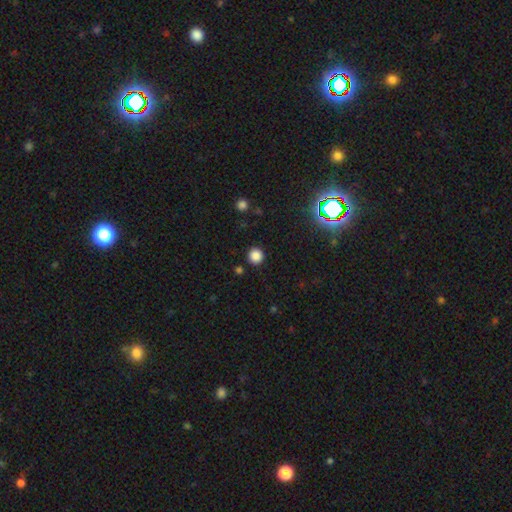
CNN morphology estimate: Smooth or featured: smooth — 84% (star or artifact — 13%)
How rounded: round — 94% (in between — 5%)
Merging: none — 90% (minor disturbance — 6%)